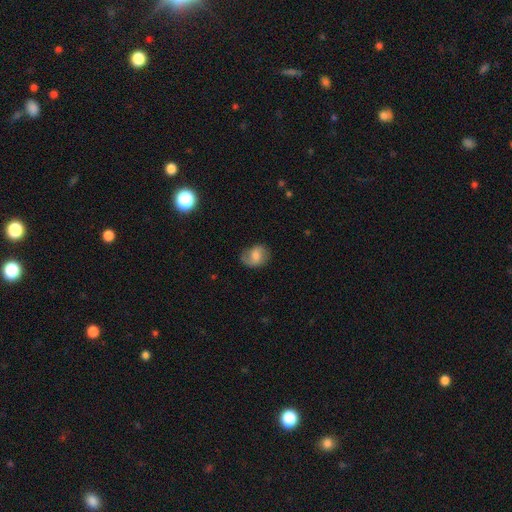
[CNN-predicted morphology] Smooth or featured? smooth (50%)
Merging? none (70%)